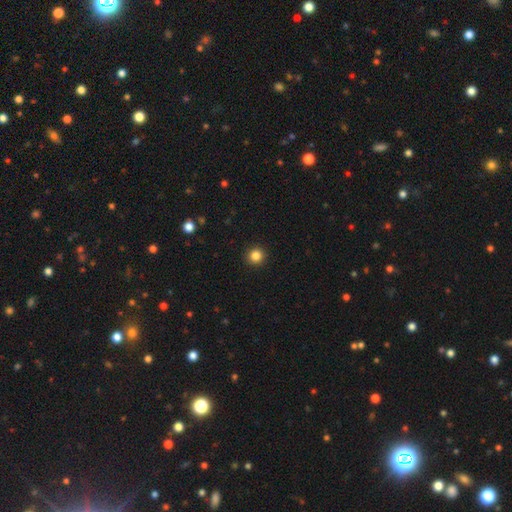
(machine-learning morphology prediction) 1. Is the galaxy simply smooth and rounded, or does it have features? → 85% smooth, 11% star or artifact, 4% featured or disk.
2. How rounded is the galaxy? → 94% round, 5% in between, 1% cigar-shaped.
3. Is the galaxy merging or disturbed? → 93% none, 4% minor disturbance, 2% major disturbance, 1% merger.